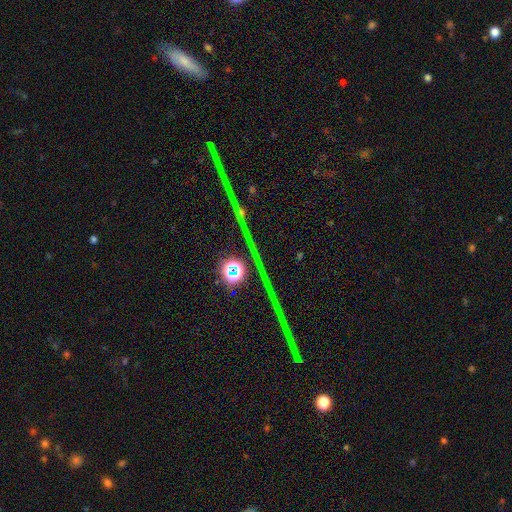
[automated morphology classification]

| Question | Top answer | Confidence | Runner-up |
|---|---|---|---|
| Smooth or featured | star or artifact | 78% | featured or disk (13%) |